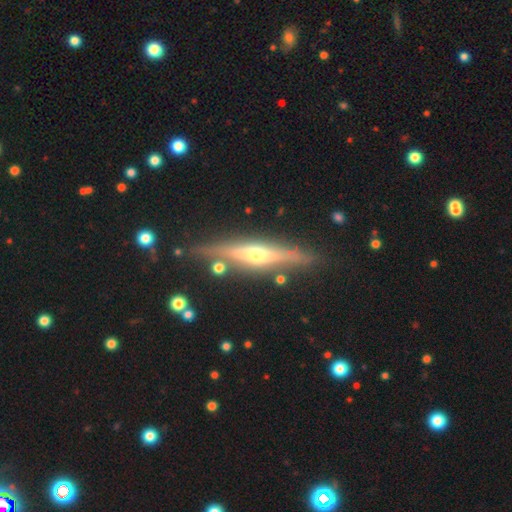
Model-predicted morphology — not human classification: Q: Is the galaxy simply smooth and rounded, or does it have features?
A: featured or disk — 77%.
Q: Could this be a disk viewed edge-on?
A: yes — 96%.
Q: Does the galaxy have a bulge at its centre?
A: rounded — 83%.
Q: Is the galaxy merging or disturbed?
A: none — 84%.